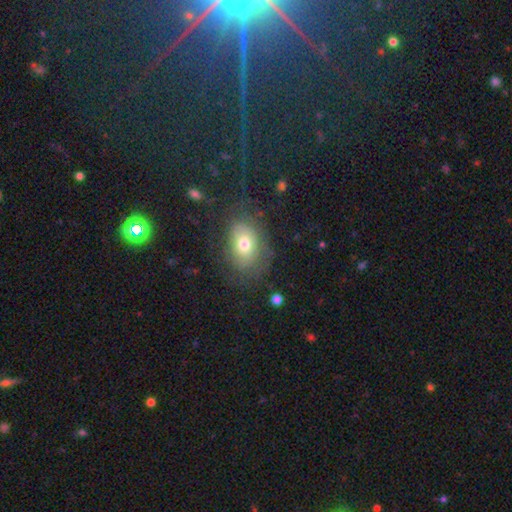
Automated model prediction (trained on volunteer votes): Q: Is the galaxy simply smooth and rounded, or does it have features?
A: smooth — 48%.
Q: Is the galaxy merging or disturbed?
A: none — 84%.